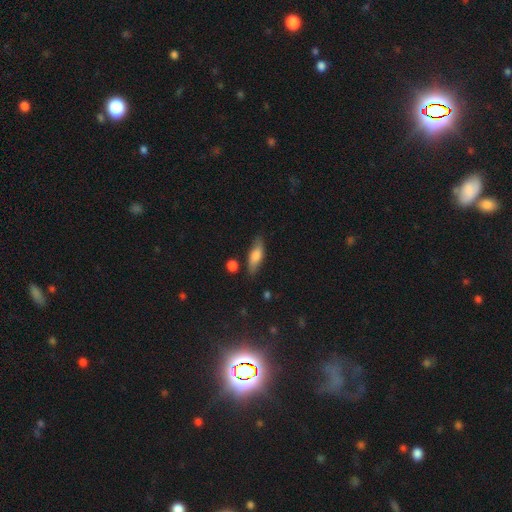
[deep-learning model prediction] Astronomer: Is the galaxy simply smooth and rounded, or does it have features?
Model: smooth — 71%.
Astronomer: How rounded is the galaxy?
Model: in between — 61% (runner-up: cigar-shaped, 36%).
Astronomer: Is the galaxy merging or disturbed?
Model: none — 76%.